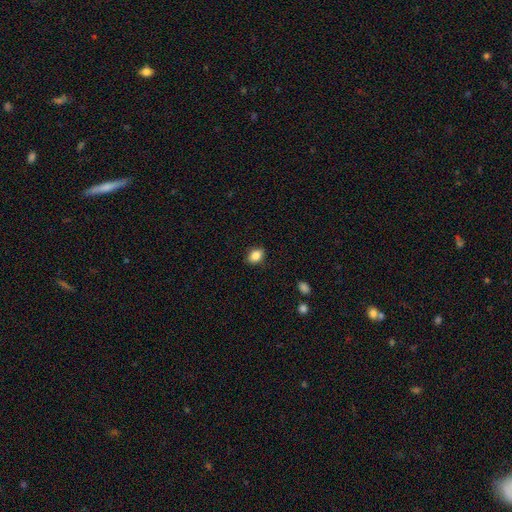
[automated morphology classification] A smooth galaxy with no disk features (86%) that is in between round and cigar-shaped (66%). Merging: none (87%).